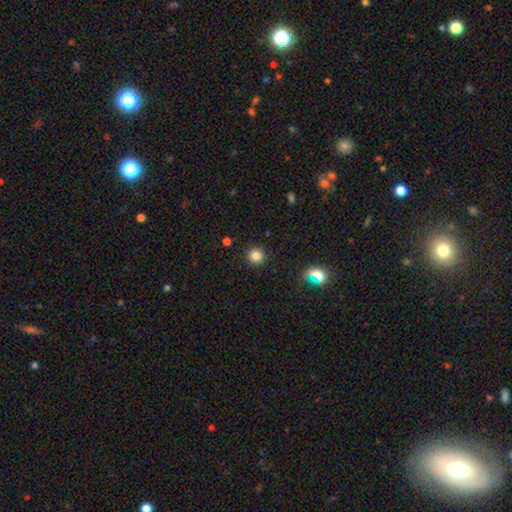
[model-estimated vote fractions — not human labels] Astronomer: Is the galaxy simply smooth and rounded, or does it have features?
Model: smooth — 83%.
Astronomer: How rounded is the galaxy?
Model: round — 94%.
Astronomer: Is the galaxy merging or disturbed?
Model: none — 92%.